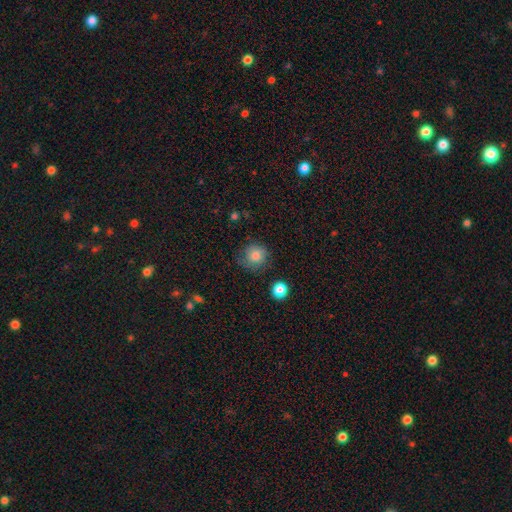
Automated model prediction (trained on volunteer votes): Overall: smooth (80%). How rounded: round (90%). Merging: none (75%).